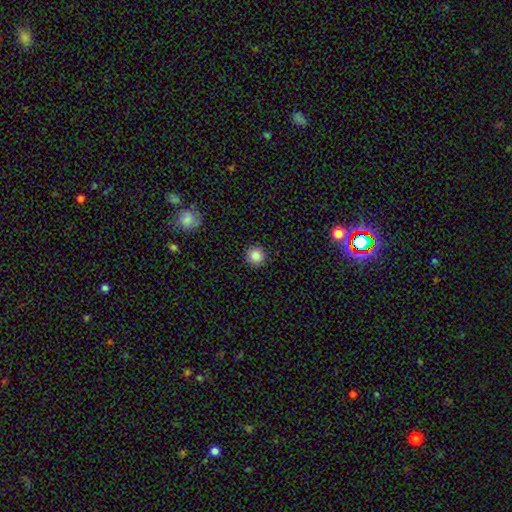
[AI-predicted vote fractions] smooth 86%, star or artifact 10%, featured or disk 4%. Down the decision tree: how rounded — round (95%); merging — none (92%).